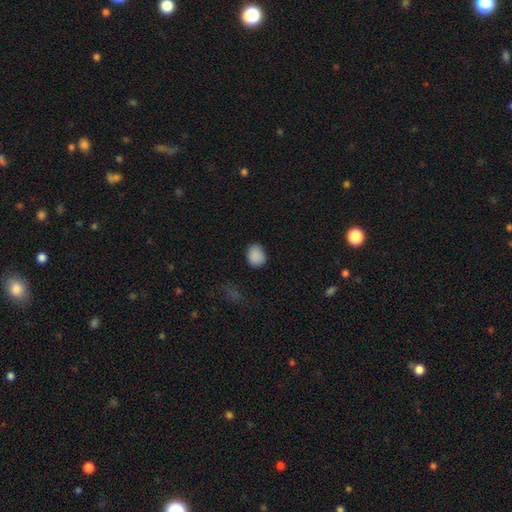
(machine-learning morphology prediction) smooth_or_featured: smooth (p=0.87) [alt: star or artifact p=0.09]
how_rounded: round (p=0.57) [alt: in between p=0.42]
merging: none (p=0.81) [alt: minor disturbance p=0.15]